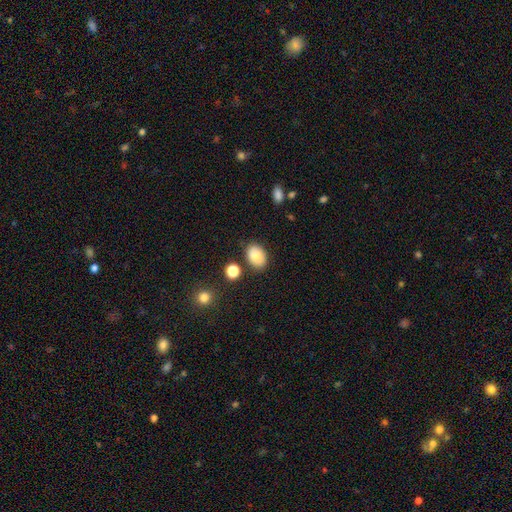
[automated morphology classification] Smooth or featured?
  - smooth: 83% *
  - star or artifact: 9%
  - featured or disk: 8%
How rounded?
  - in between: 80% *
  - round: 19%
  - cigar-shaped: 1%
Merging?
  - none: 82% *
  - minor disturbance: 12%
  - merger: 4%
  - major disturbance: 3%